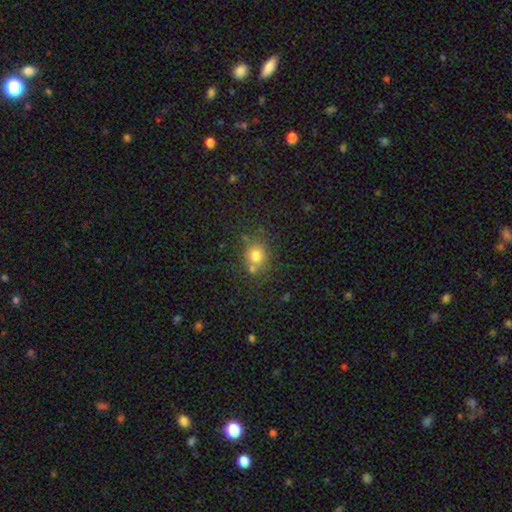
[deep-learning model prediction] Smooth or featured? Predicted: smooth (p=0.74). How rounded? Predicted: round (p=0.76). Merging? Predicted: none (p=0.66).